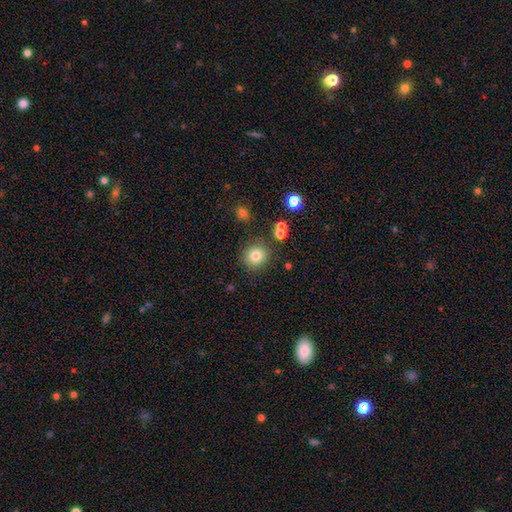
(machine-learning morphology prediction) This is clearly a smooth galaxy (80%). How rounded: clearly round (91%). Merging: clearly none (85%).